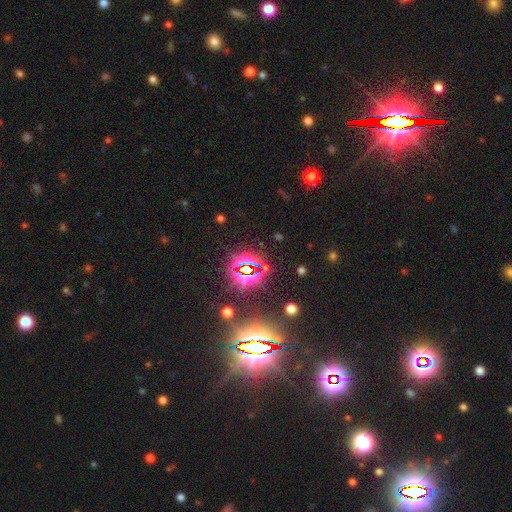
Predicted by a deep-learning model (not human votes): This appears to be a star or artifact, not a galaxy (80%).